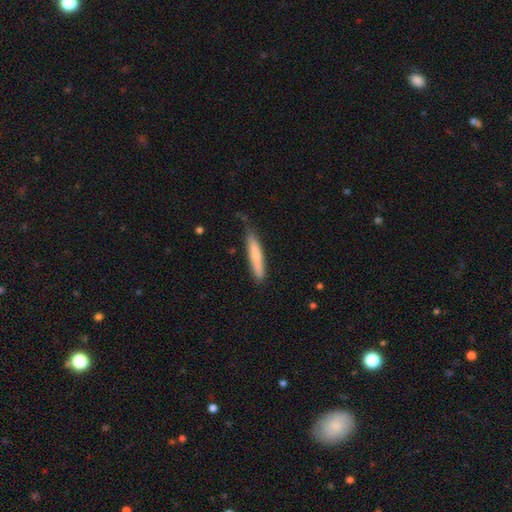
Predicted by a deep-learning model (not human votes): A smooth galaxy with no disk features (75%) that is cigar-shaped (93%). Merging: none (76%).